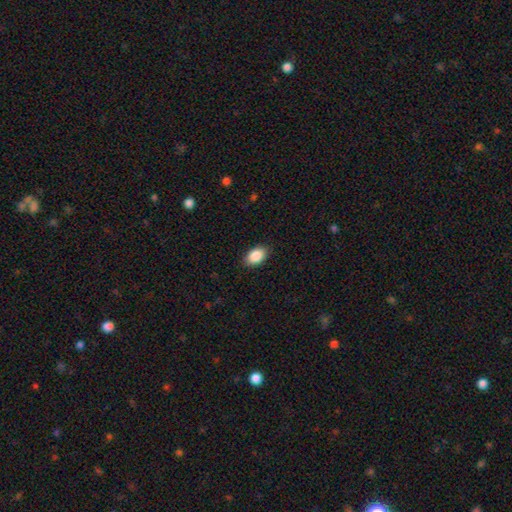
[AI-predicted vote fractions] This appears to be a smooth galaxy with no disk features (89%) that is in between round and cigar-shaped (90%). Merging: none (87%).